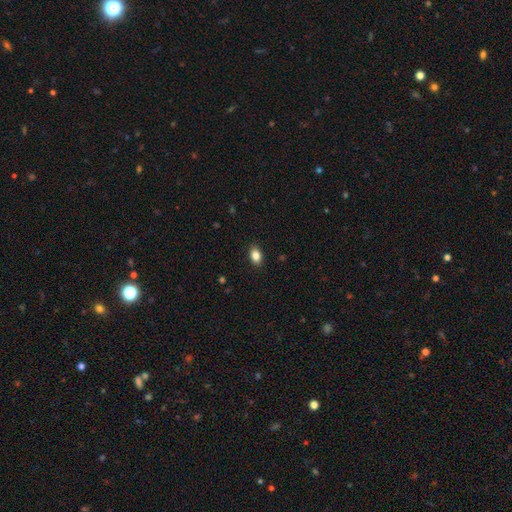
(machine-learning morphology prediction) smooth_or_featured: smooth (p=0.85) [alt: star or artifact p=0.09]
how_rounded: in between (p=0.84) [alt: round p=0.15]
merging: none (p=0.88) [alt: minor disturbance p=0.09]